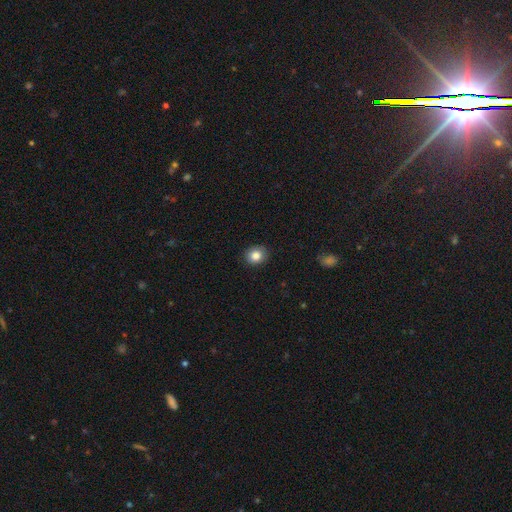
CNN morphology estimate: This is clearly a smooth galaxy (85%). How rounded: likely round (76%). Merging: clearly none (88%).